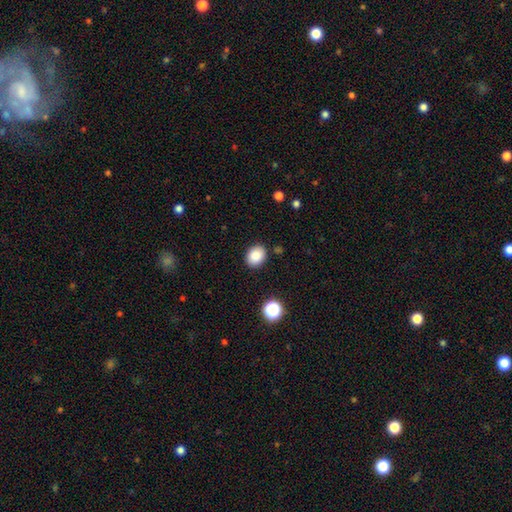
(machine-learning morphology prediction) The model was most divided on "how rounded": in between: 50%, round: 49%, cigar-shaped: 1%. More confident: merging — none (88%); smooth or featured — smooth (86%).